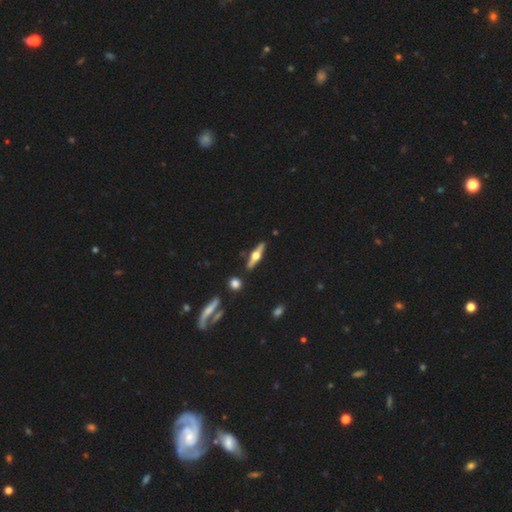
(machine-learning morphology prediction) Smooth or featured?
  - featured or disk: 71% *
  - smooth: 23%
  - star or artifact: 6%
Edge-on disk?
  - yes: 96% *
  - no: 4%
Edge-on bulge?
  - rounded: 96% *
  - boxy: 3%
  - none: 1%
Merging?
  - none: 87% *
  - minor disturbance: 8%
  - merger: 3%
  - major disturbance: 2%